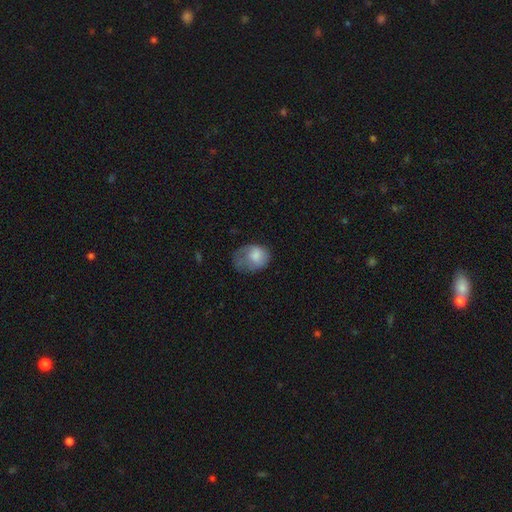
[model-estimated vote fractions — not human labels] smooth-or-featured: smooth: 71% | featured or disk: 21% | star or artifact: 8%
  how-rounded: in between: 60% | round: 39% | cigar-shaped: 1%
  merging: major disturbance: 38% | minor disturbance: 34% | none: 26% | merger: 2%